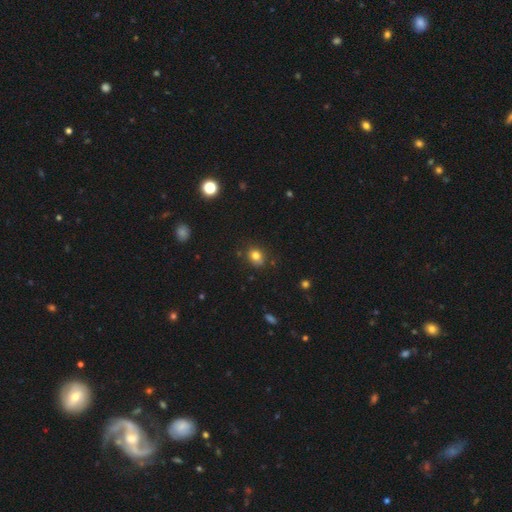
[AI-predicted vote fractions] This appears to be a smooth galaxy with no disk features (79%) that is round (64%). Merging: none (77%).